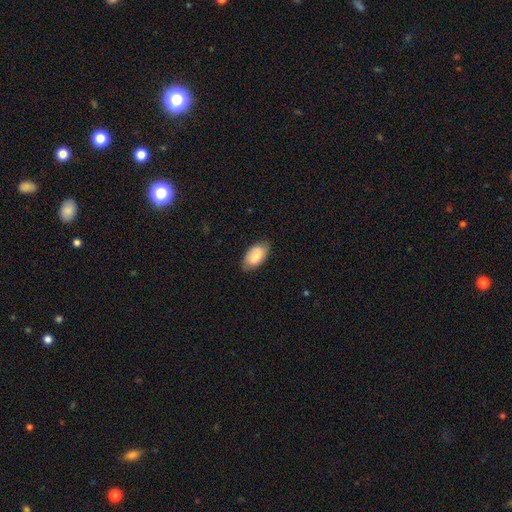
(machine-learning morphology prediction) The model was most divided on "smooth or featured": smooth: 77%, featured or disk: 17%, star or artifact: 6%. More confident: how rounded — in between (94%); merging — none (79%).